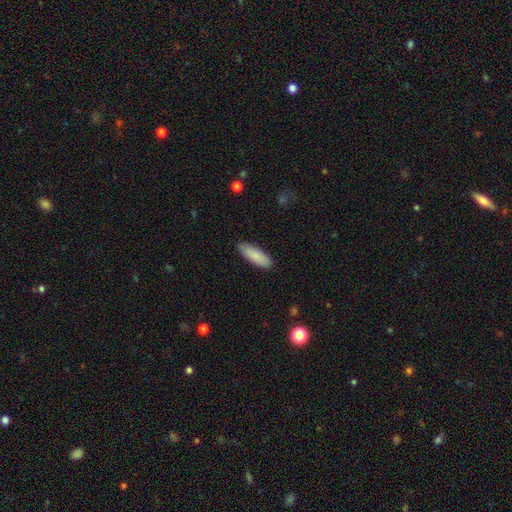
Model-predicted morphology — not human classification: The model was most divided on "how rounded": in between: 63%, cigar-shaped: 35%, round: 2%. More confident: merging — none (87%); smooth or featured — smooth (85%).